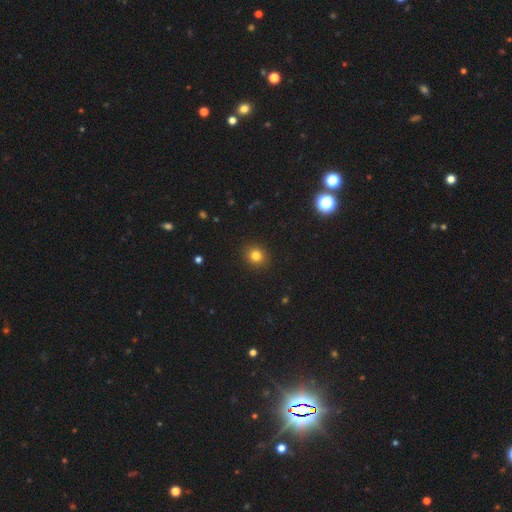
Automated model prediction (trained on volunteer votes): Smooth or featured: smooth — 81% (star or artifact — 13%)
How rounded: round — 80% (in between — 19%)
Merging: none — 91% (minor disturbance — 6%)